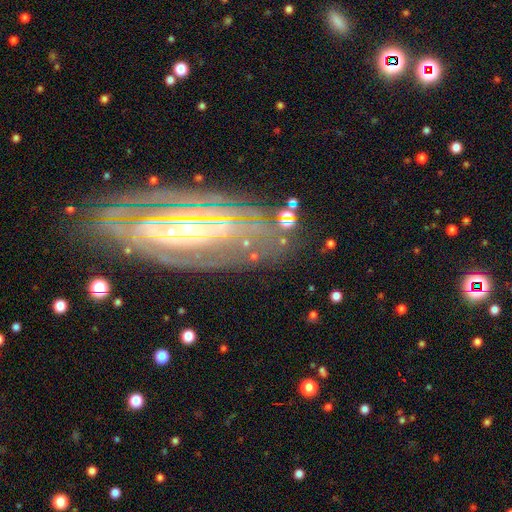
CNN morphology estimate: Smooth or featured? Predicted: featured or disk (p=0.86). Edge-on disk? Predicted: no (p=0.86). Bar? Predicted: no (p=0.61). Spiral arms? Predicted: yes (p=0.92). Spiral winding? Predicted: tight (p=0.77). Spiral arm count? Predicted: can't tell (p=0.39). Bulge size? Predicted: moderate (p=0.50). Merging? Predicted: none (p=0.79).